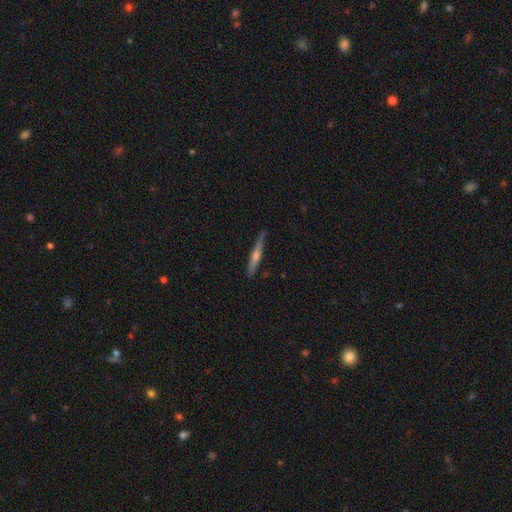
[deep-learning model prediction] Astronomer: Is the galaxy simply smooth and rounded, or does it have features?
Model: featured or disk — 58% (runner-up: smooth, 36%).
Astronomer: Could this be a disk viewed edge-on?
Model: yes — 96%.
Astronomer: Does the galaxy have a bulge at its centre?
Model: rounded — 73%.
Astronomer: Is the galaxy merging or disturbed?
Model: none — 83%.